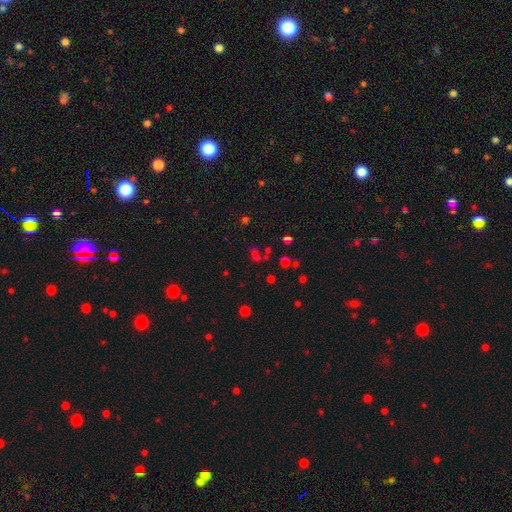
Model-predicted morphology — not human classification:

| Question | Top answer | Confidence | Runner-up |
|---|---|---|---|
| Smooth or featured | star or artifact | 47% | smooth (37%) |